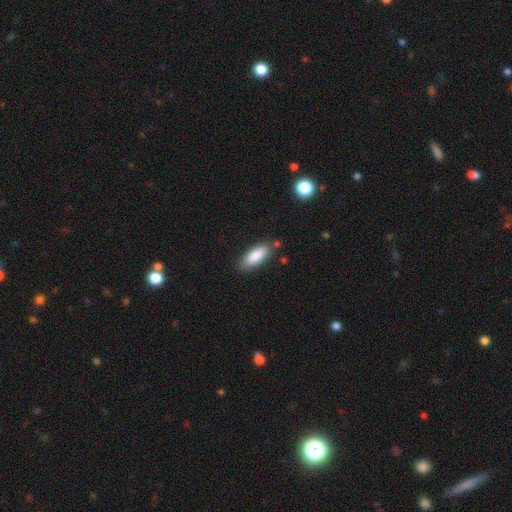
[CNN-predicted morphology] Smooth or featured?
  - smooth: 87% *
  - featured or disk: 7%
  - star or artifact: 6%
How rounded?
  - in between: 76% *
  - cigar-shaped: 22%
  - round: 2%
Merging?
  - none: 81% *
  - minor disturbance: 13%
  - merger: 4%
  - major disturbance: 3%